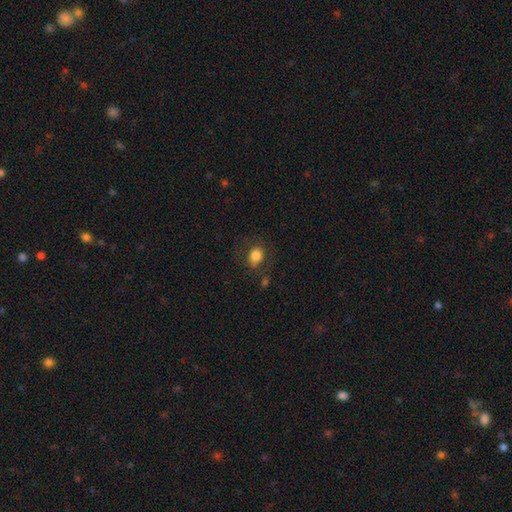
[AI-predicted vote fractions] Smooth or featured? Predicted: smooth (p=0.81). How rounded? Predicted: in between (p=0.63). Merging? Predicted: none (p=0.71).